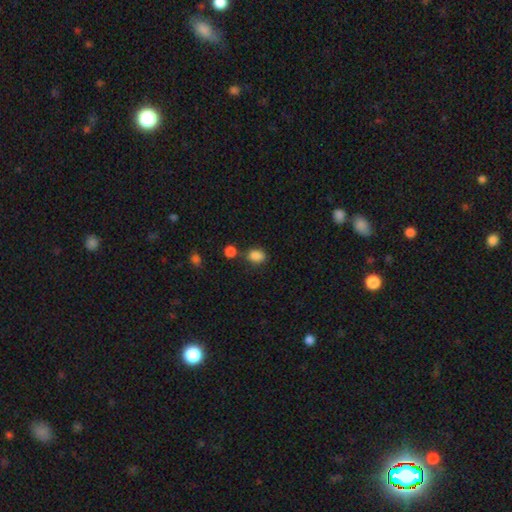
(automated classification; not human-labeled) Smooth or featured: smooth — 84% (star or artifact — 11%)
How rounded: in between — 71% (round — 28%)
Merging: none — 61% (merger — 18%)